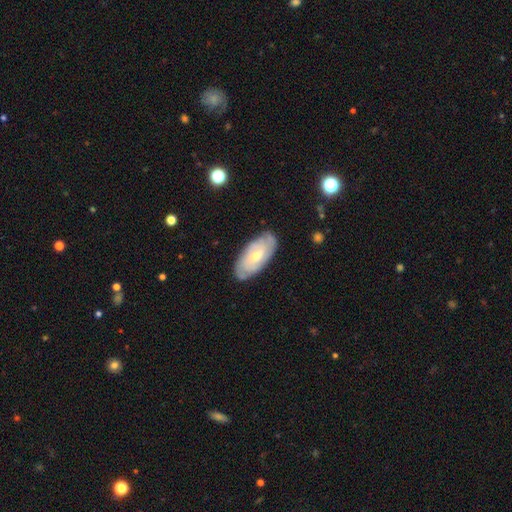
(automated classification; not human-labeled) Overall: featured or disk (61%; smooth 33%). Edge-on disk: no (91%). Bar: no (55%; weak 38%). Spiral arms: yes (82%). Bulge size: moderate (49%; small 45%). Merging: none (80%).